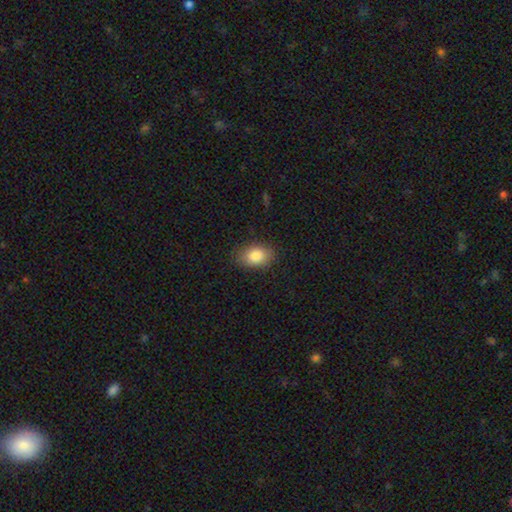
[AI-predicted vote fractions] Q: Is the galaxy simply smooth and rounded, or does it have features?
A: smooth — 85%.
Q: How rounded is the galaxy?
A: in between — 82%.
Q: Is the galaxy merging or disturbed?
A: none — 84%.